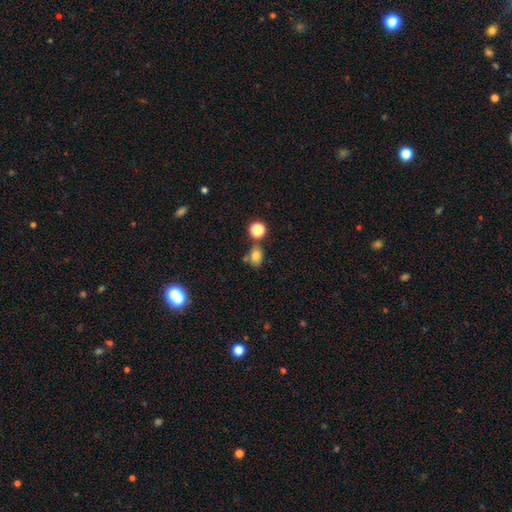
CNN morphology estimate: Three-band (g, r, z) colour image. It shows a smooth galaxy with no disk features (78%) that is in between round and cigar-shaped (65%). Merging: none (62%).